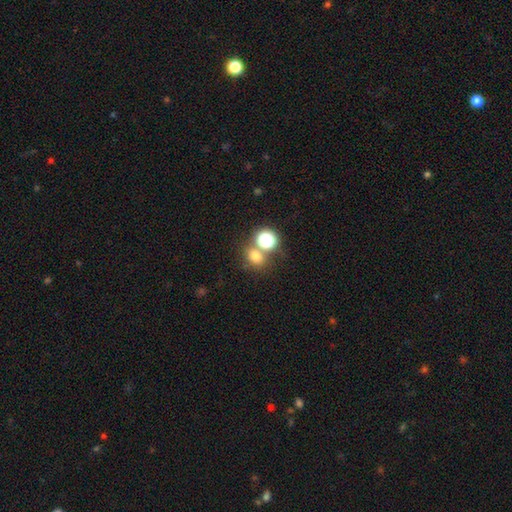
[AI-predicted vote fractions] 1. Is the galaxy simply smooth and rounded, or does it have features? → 71% smooth, 20% star or artifact, 9% featured or disk.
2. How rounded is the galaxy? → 65% round, 34% in between, 1% cigar-shaped.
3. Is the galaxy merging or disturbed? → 58% none, 29% merger, 9% minor disturbance, 4% major disturbance.